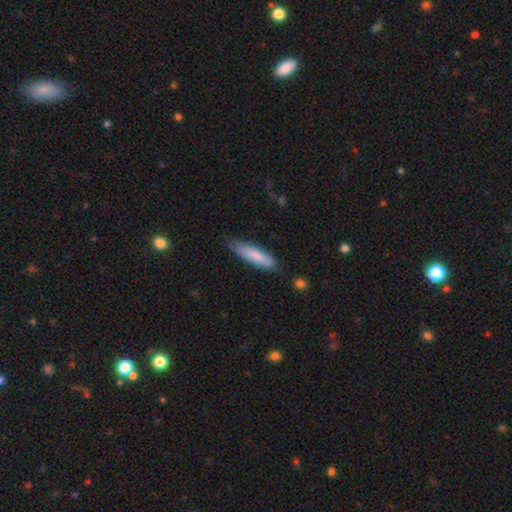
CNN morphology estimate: A smooth galaxy with no disk features (82%) that is cigar-shaped (75%).

Vote fractions:
- Smooth or featured? smooth: 82% / featured or disk: 13% / star or artifact: 5%
- How rounded? cigar-shaped: 75% / in between: 24% / round: 1%
- Merging? none: 78% / minor disturbance: 17% / major disturbance: 3% / merger: 2%